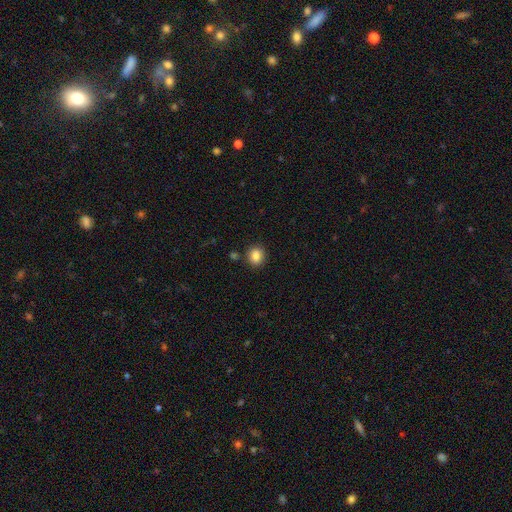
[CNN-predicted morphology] The model was most divided on "how rounded": round: 74%, in between: 25%, cigar-shaped: 1%. More confident: merging — none (86%); smooth or featured — smooth (86%).